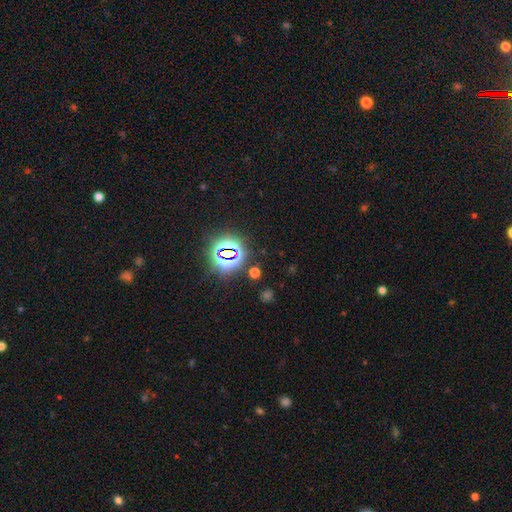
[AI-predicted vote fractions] Morphology: type=star or artifact (76%).